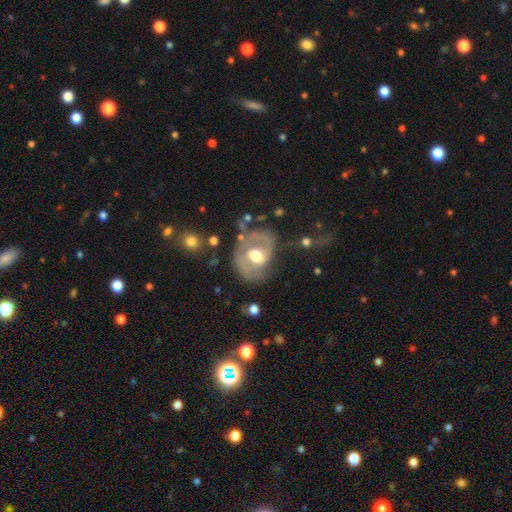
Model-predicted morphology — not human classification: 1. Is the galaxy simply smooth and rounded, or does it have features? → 67% featured or disk, 27% smooth, 7% star or artifact.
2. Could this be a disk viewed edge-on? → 96% no, 4% yes.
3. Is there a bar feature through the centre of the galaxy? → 45% no, 39% weak, 15% strong.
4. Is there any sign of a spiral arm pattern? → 62% yes, 38% no.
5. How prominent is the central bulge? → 67% moderate, 24% large, 7% small, 2% dominant, 1% none.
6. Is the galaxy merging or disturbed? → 53% none, 24% minor disturbance, 19% major disturbance, 4% merger.